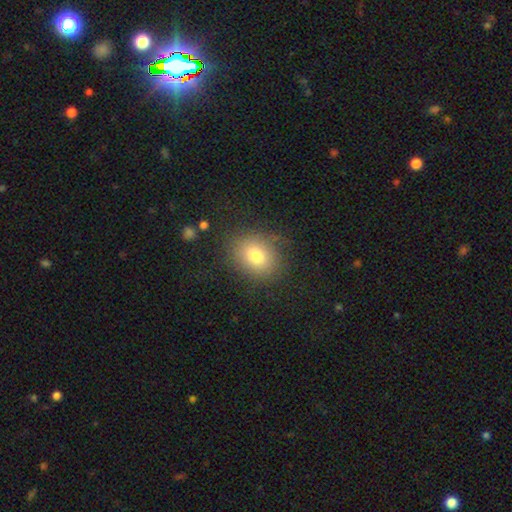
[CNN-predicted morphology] smooth-or-featured: smooth: 77% | featured or disk: 12% | star or artifact: 11%
  how-rounded: round: 53% | in between: 46% | cigar-shaped: 1%
  merging: none: 80% | minor disturbance: 13% | major disturbance: 5% | merger: 2%